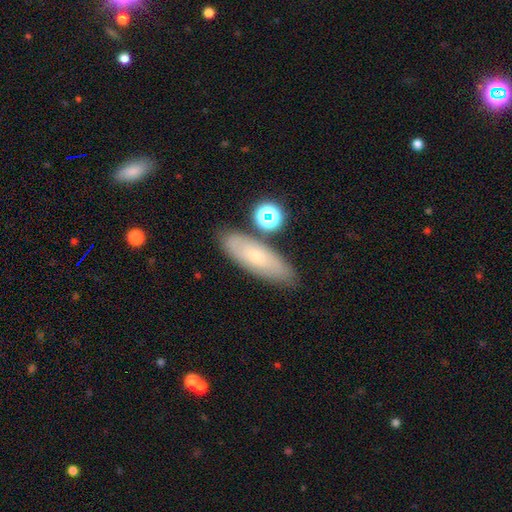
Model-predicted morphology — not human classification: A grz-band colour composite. It shows a smooth galaxy with no disk features (55%) that is in between round and cigar-shaped (59%). Merging: none (77%).